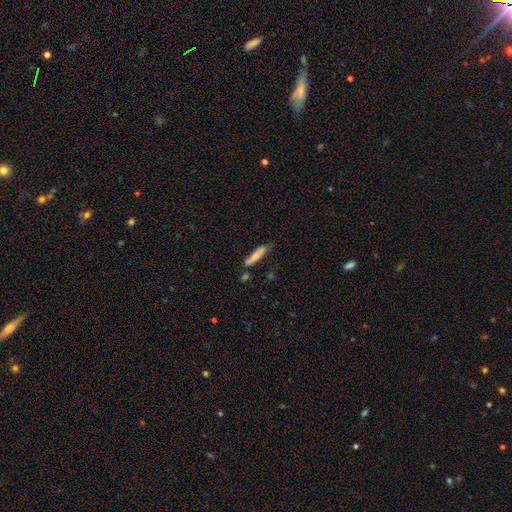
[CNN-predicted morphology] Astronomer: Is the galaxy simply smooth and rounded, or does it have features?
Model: smooth — 76%.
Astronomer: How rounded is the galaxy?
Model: cigar-shaped — 83%.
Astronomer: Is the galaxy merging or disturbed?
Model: none — 63%.